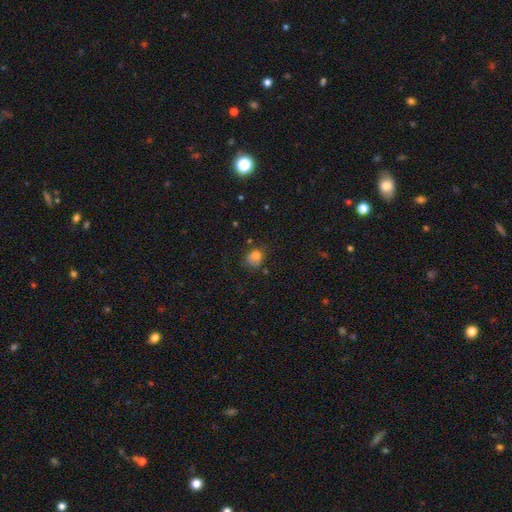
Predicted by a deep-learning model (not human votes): A smooth galaxy with no disk features (75%) that is round (60%).

Vote fractions:
- Smooth or featured? smooth: 75% / star or artifact: 13% / featured or disk: 12%
- How rounded? round: 60% / in between: 39% / cigar-shaped: 1%
- Merging? none: 50% / minor disturbance: 29% / major disturbance: 14% / merger: 6%